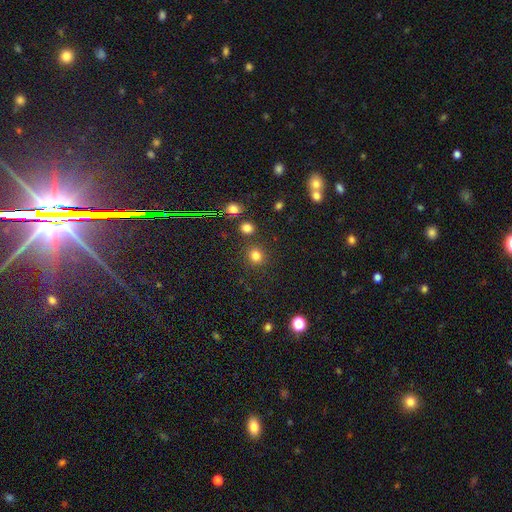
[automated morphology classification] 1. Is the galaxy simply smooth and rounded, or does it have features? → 78% smooth, 17% star or artifact, 5% featured or disk.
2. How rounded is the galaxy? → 84% round, 15% in between, 1% cigar-shaped.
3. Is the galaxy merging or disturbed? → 82% none, 8% minor disturbance, 6% merger, 3% major disturbance.